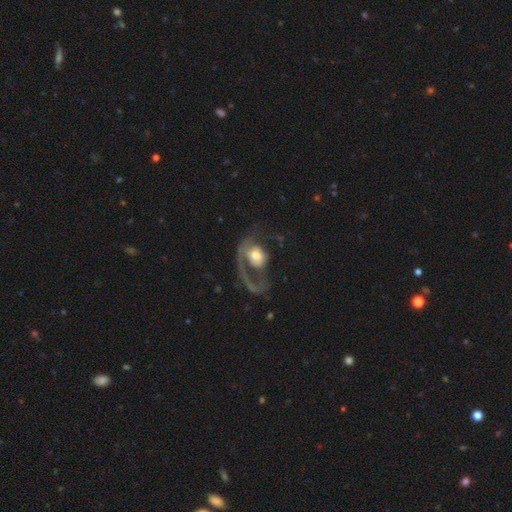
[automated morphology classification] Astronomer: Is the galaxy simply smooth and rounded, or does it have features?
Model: featured or disk — 60%.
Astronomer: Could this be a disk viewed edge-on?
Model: no — 96%.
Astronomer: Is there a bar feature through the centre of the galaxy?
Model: no — 77%.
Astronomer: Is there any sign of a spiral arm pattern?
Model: yes — 64%.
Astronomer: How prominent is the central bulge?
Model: moderate — 56%.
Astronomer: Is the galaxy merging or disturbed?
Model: major disturbance — 63%.